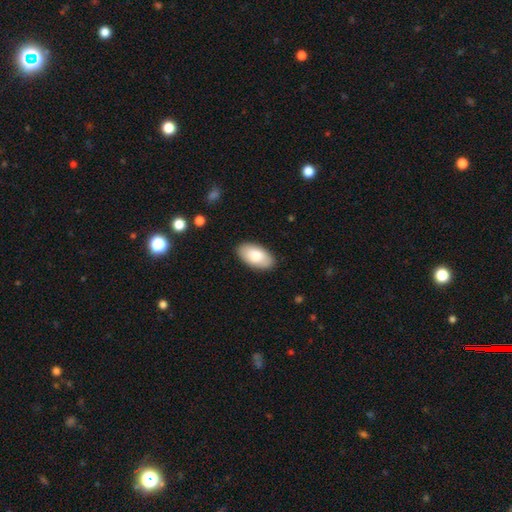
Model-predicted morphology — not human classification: Smooth or featured? smooth (83%)
How rounded? in between (96%)
Merging? none (89%)